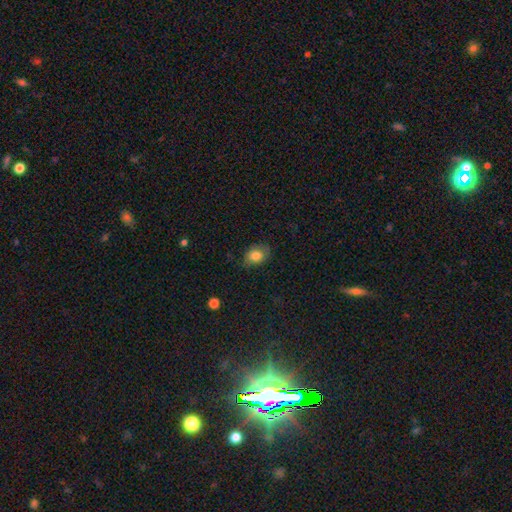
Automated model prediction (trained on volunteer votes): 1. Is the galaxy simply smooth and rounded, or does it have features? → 82% smooth, 10% featured or disk, 9% star or artifact.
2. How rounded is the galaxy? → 73% in between, 25% round, 1% cigar-shaped.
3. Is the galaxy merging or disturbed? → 74% none, 21% minor disturbance, 5% major disturbance, 1% merger.